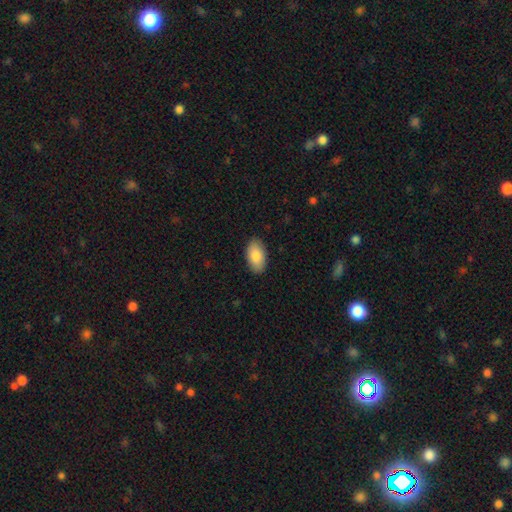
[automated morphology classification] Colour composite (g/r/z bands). It shows a smooth galaxy with no disk features (86%) that is in between round and cigar-shaped (95%). Merging: none (88%).